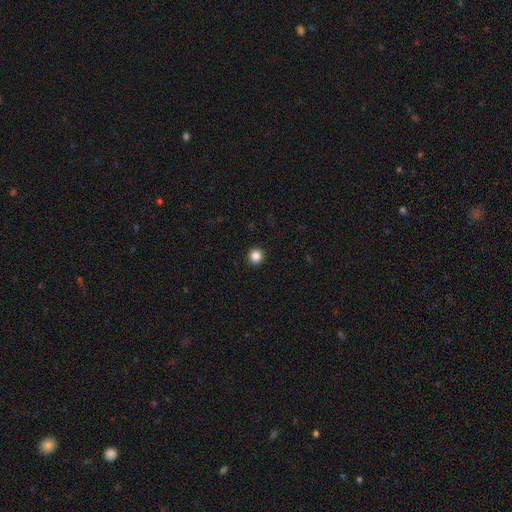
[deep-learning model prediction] A smooth galaxy with no disk features (85%) that is round (90%).

Vote fractions:
- Smooth or featured? smooth: 85% / star or artifact: 11% / featured or disk: 4%
- How rounded? round: 90% / in between: 9% / cigar-shaped: 1%
- Merging? none: 92% / minor disturbance: 5% / major disturbance: 2% / merger: 1%